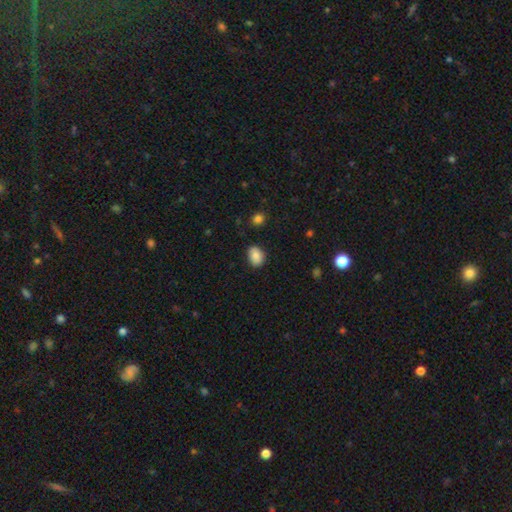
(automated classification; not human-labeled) This is clearly a smooth galaxy (85%). How rounded: likely in between (71%). Merging: clearly none (84%).